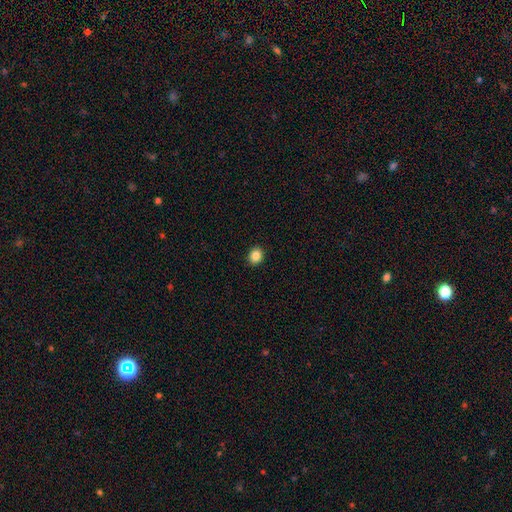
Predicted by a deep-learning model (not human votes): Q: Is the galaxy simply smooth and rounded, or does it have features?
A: smooth — 86%.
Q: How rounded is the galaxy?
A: round — 66%.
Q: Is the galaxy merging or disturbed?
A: none — 92%.